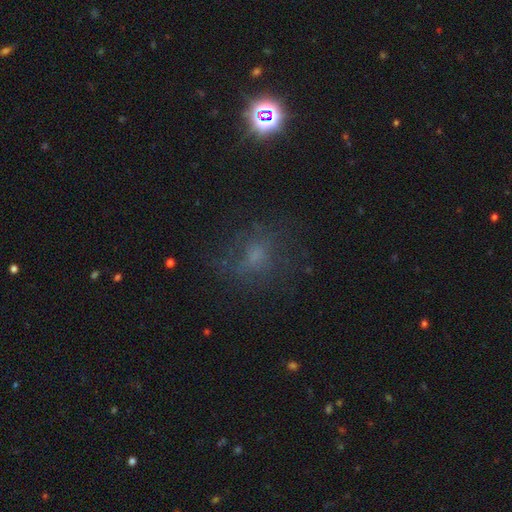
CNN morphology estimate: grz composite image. It shows a smooth galaxy with no disk features (45%). Merging: none (64%).